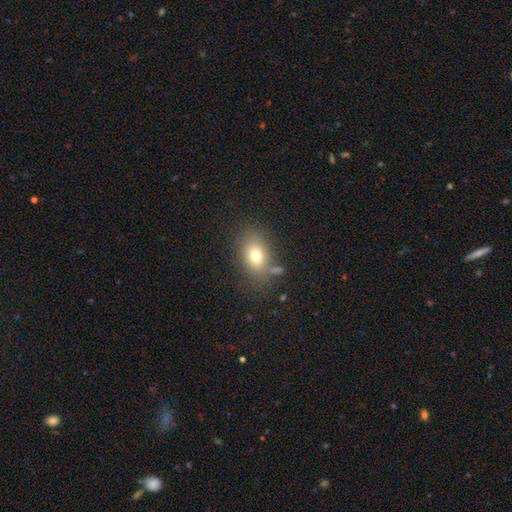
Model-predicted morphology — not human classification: smooth_or_featured: smooth (p=0.75) [alt: featured or disk p=0.14]
how_rounded: in between (p=0.77) [alt: round p=0.21]
merging: none (p=0.72) [alt: minor disturbance p=0.15]